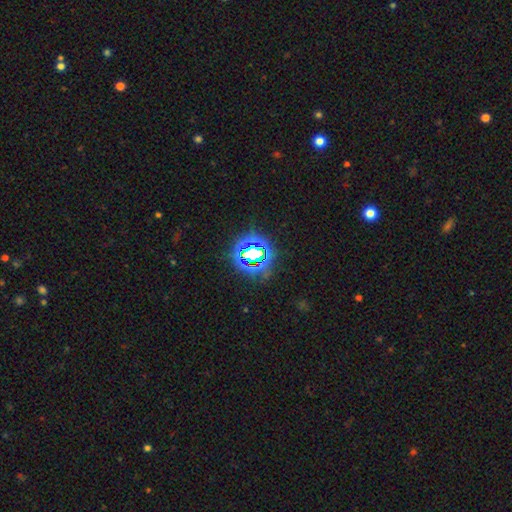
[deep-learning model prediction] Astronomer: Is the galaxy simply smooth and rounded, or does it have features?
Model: star or artifact — 73%.